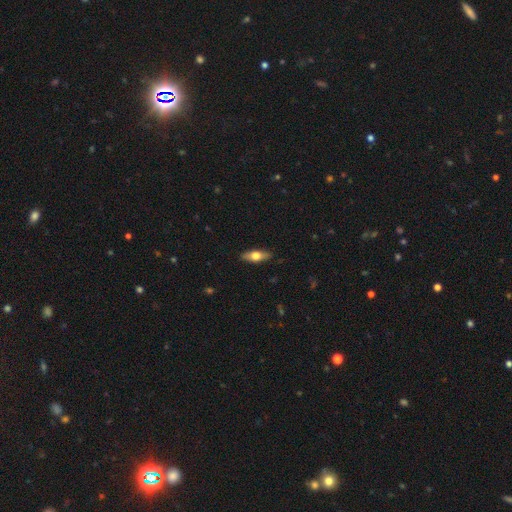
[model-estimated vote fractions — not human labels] A smooth galaxy with no disk features (55%) that is in between round and cigar-shaped (63%). Merging: none (88%).